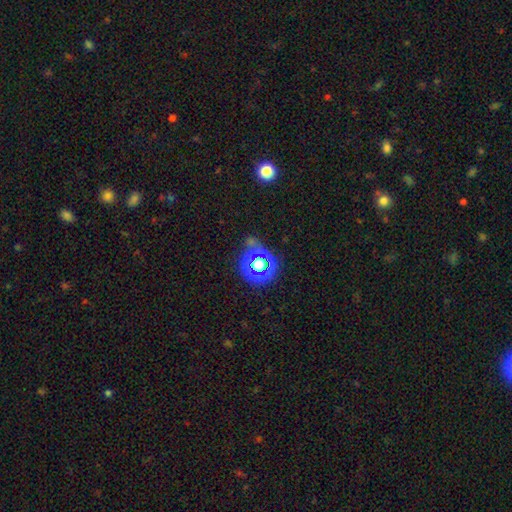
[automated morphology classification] A star or artifact, not a galaxy (66%).